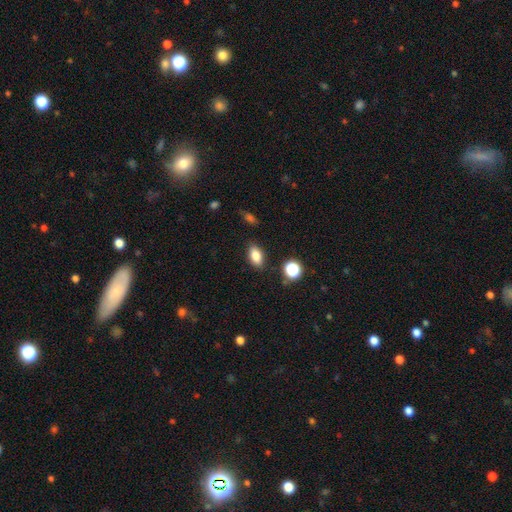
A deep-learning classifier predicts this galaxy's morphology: A smooth galaxy with no disk features (82%) that is in between round and cigar-shaped (85%). Merging: none (85%).